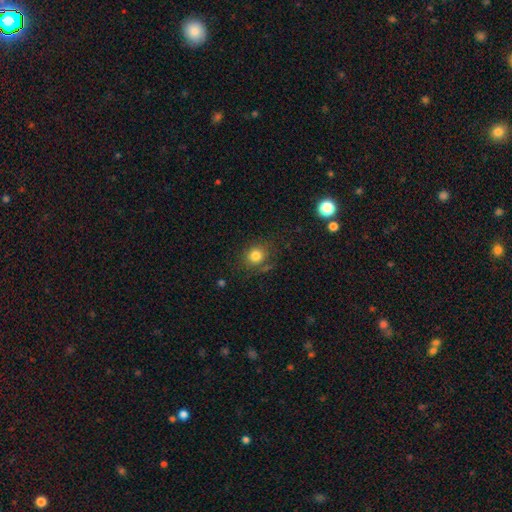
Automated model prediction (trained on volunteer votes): Smooth or featured? smooth (81%)
How rounded? round (79%)
Merging? none (75%)